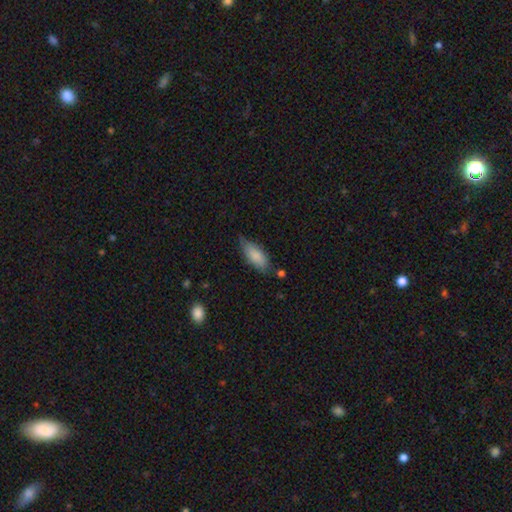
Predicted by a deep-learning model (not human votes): A smooth galaxy with no disk features (83%) that is in between round and cigar-shaped (83%).

Vote fractions:
- Smooth or featured? smooth: 83% / featured or disk: 11% / star or artifact: 6%
- How rounded? in between: 83% / cigar-shaped: 16% / round: 2%
- Merging? none: 61% / minor disturbance: 30% / major disturbance: 6% / merger: 3%